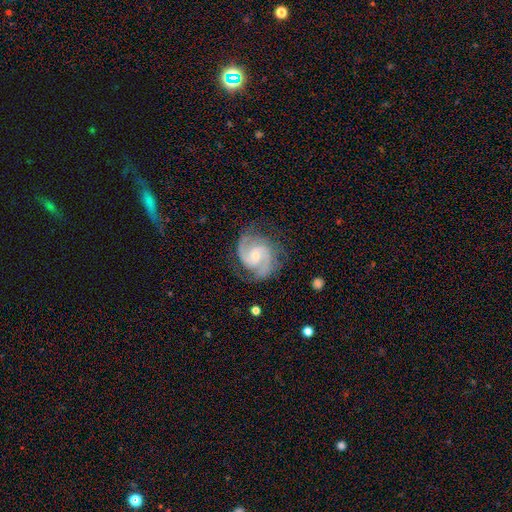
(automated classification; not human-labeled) featured or disk 91%, smooth 4%, star or artifact 4%. Down the decision tree: edge-on disk — no (98%); bar — no (51%); spiral arms — yes (98%); spiral arm count — 2 (83%); spiral winding — medium (53%); bulge size — small (60%); merging — none (74%).